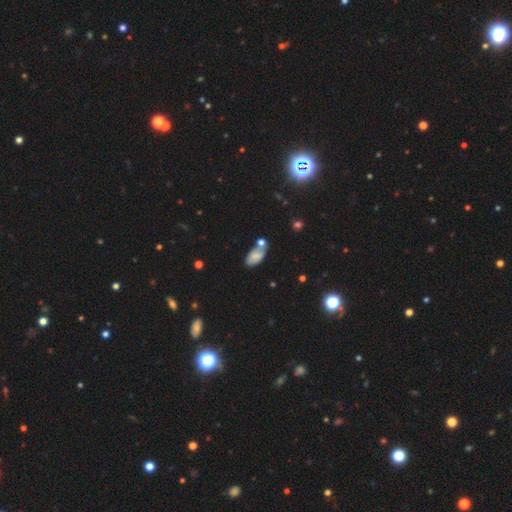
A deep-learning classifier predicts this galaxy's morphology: Smooth or featured? Predicted: smooth (p=0.68). How rounded? Predicted: in between (p=0.92). Merging? Predicted: none (p=0.41).